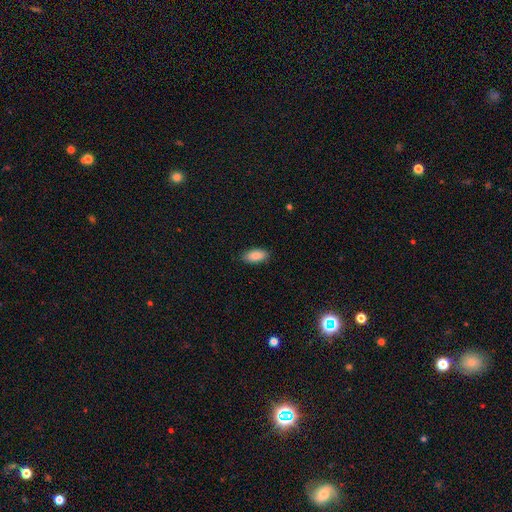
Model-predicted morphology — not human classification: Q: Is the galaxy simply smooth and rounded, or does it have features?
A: smooth — 87%.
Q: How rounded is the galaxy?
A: in between — 90%.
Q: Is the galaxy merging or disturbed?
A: none — 87%.